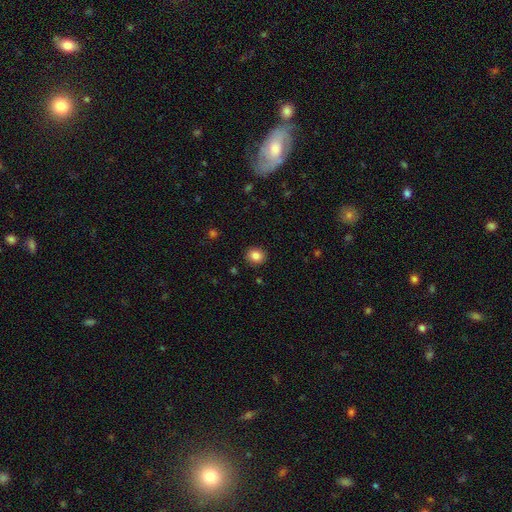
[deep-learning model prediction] Q: Smooth or featured?
A: smooth (85%); runner-up: star or artifact (10%)
Q: How rounded?
A: round (76%); runner-up: in between (24%)
Q: Merging?
A: none (90%); runner-up: minor disturbance (7%)